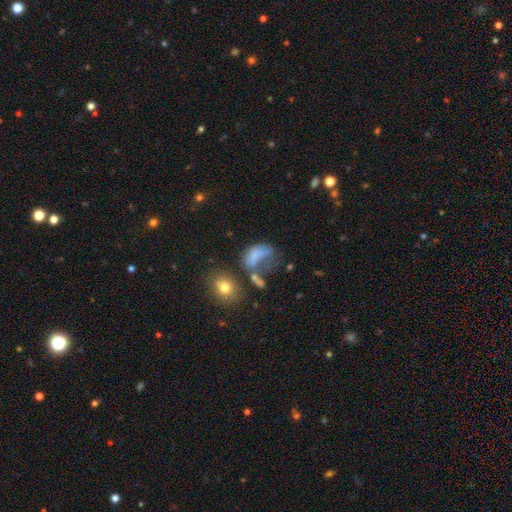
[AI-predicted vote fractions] smooth-or-featured: smooth: 61% | featured or disk: 24% | star or artifact: 15%
  how-rounded: in between: 82% | round: 15% | cigar-shaped: 3%
  merging: major disturbance: 41% | merger: 24% | none: 20% | minor disturbance: 16%